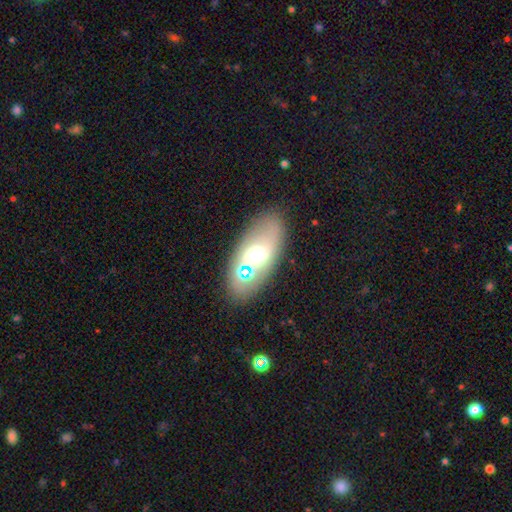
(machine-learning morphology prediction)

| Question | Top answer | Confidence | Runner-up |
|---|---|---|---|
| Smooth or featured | smooth | 50% | featured or disk (39%) |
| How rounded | in between | 87% | round (8%) |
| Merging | none | 69% | minor disturbance (14%) |